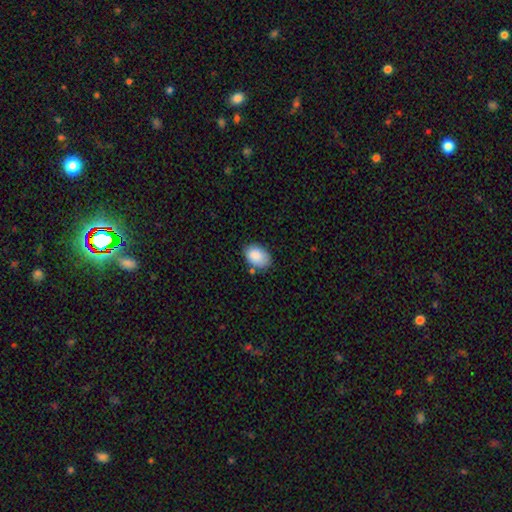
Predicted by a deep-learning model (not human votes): This appears to be a smooth galaxy with no disk features (88%) that is in between round and cigar-shaped (85%). Merging: none (74%).